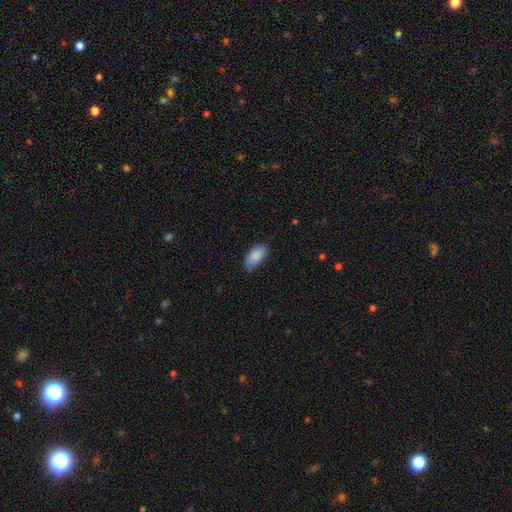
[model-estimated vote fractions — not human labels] smooth-or-featured: smooth: 88% | featured or disk: 6% | star or artifact: 6%
  how-rounded: in between: 92% | cigar-shaped: 6% | round: 2%
  merging: none: 75% | minor disturbance: 21% | major disturbance: 3% | merger: 1%